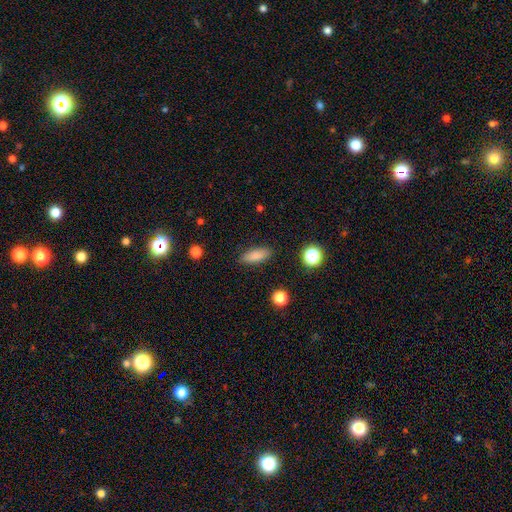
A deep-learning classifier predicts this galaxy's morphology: Smooth or featured: smooth — 84% (star or artifact — 9%)
How rounded: in between — 65% (cigar-shaped — 32%)
Merging: none — 88% (minor disturbance — 9%)